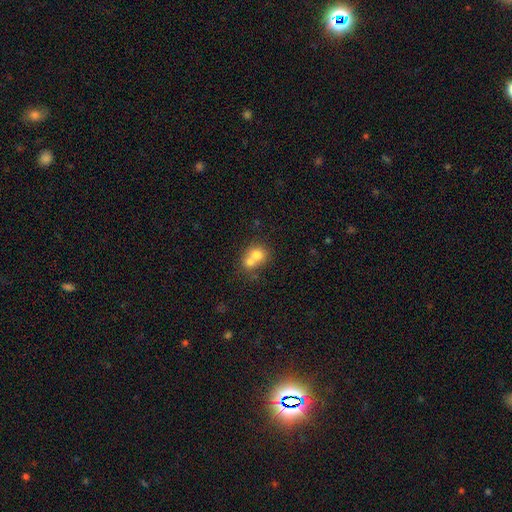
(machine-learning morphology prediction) A smooth galaxy with no disk features (69%) that is round (75%). Merging: merger (66%).